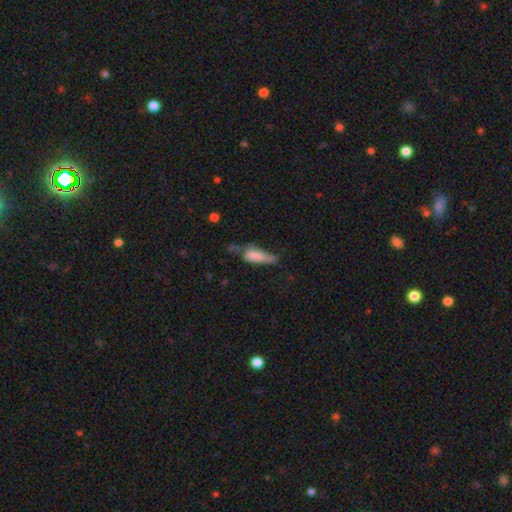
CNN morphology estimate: A smooth galaxy with no disk features (71%) that is in between round and cigar-shaped (59%).

Vote fractions:
- Smooth or featured? smooth: 71% / featured or disk: 19% / star or artifact: 10%
- How rounded? in between: 59% / cigar-shaped: 38% / round: 3%
- Merging? major disturbance: 32% (tied) / minor disturbance: 32% (tied) / none: 24% / merger: 12%